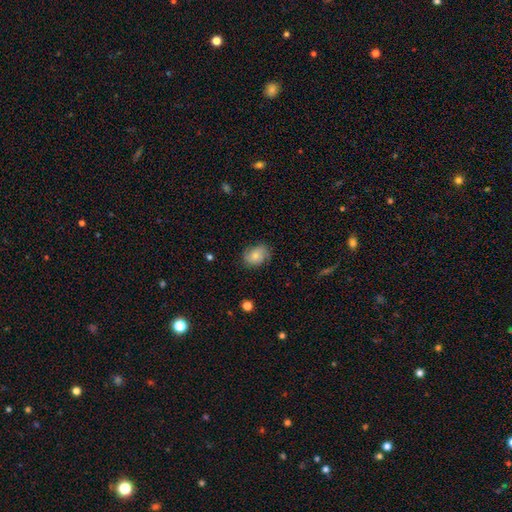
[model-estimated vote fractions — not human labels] Smooth or featured? Predicted: smooth (p=0.57). How rounded? Predicted: in between (p=0.65). Merging? Predicted: none (p=0.73).